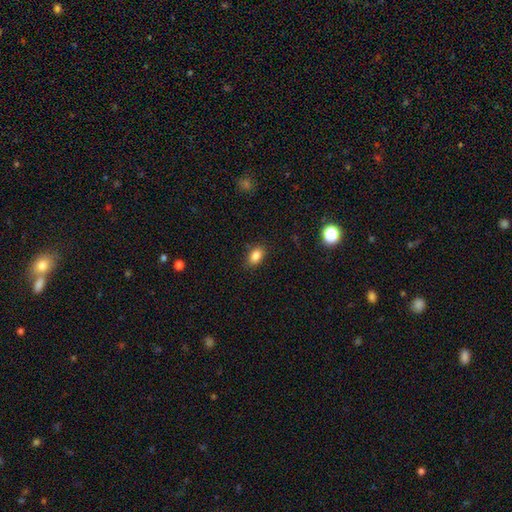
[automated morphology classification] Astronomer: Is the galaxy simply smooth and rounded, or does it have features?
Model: smooth — 85%.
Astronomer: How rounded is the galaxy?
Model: in between — 84%.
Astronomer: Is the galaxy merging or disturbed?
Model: none — 86%.